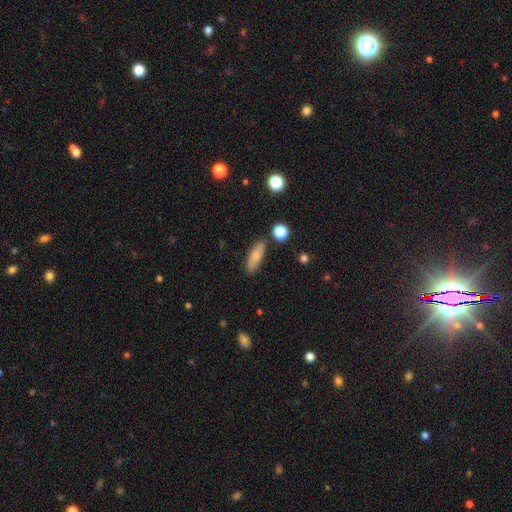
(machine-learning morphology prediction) type=smooth (72%); roundness=in between (56%); merging=none (84%).